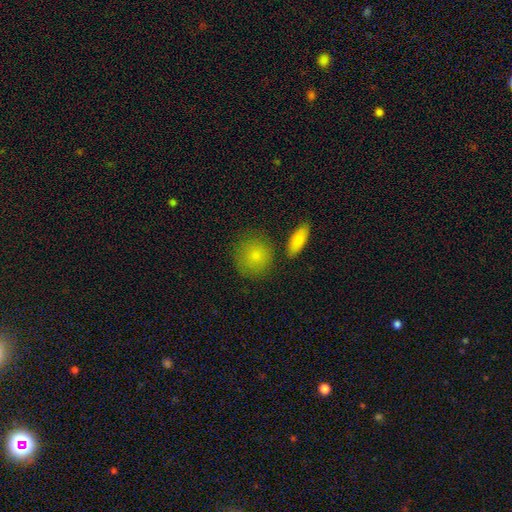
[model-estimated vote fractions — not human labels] A smooth galaxy with no disk features (83%) that is round (87%).

Vote fractions:
- Smooth or featured? smooth: 83% / featured or disk: 9% / star or artifact: 8%
- How rounded? round: 87% / in between: 12% / cigar-shaped: 2%
- Merging? none: 77% / minor disturbance: 13% / merger: 7% / major disturbance: 4%